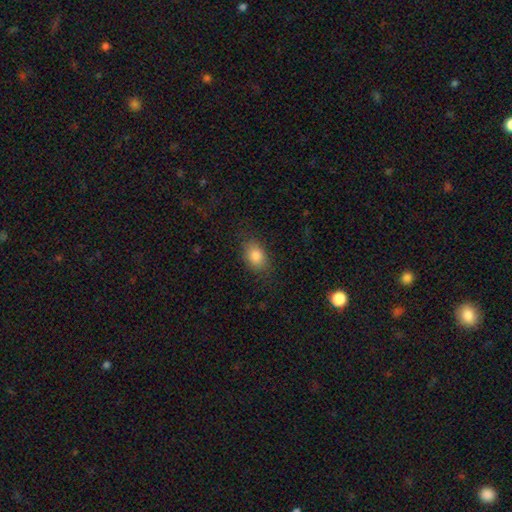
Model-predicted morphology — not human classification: Smooth or featured? smooth (84%)
How rounded? in between (81%)
Merging? none (78%)